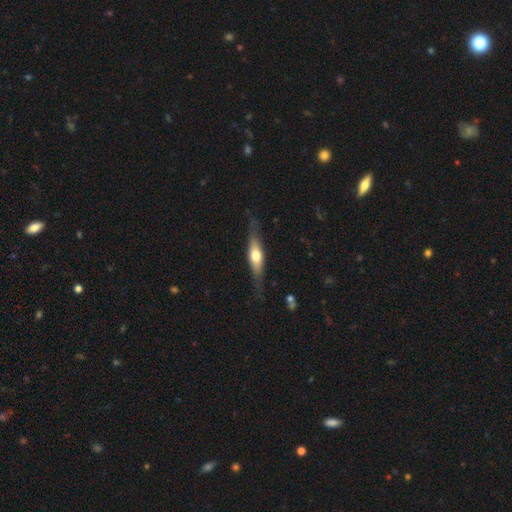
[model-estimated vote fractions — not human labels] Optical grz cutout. It shows a featured or disk galaxy (50%). Merging: none (77%).